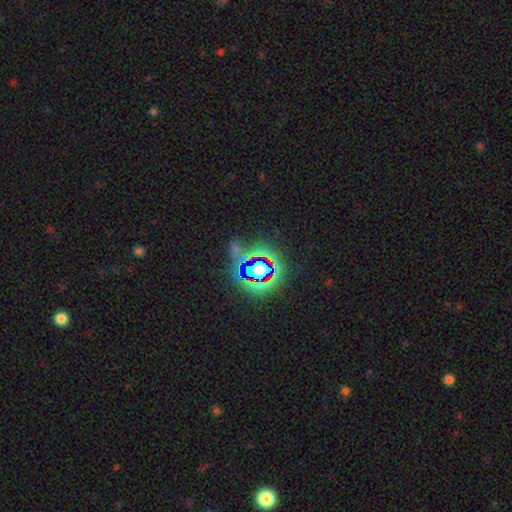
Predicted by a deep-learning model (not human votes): A star or artifact, not a galaxy (77%).

Vote fractions:
- Smooth or featured? star or artifact: 77% / smooth: 14% / featured or disk: 10%